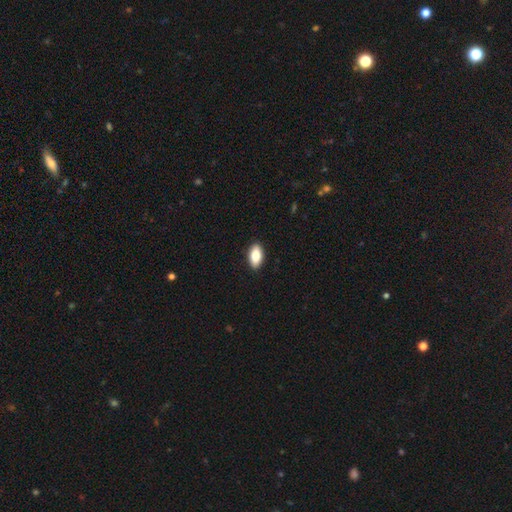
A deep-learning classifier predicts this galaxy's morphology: A smooth galaxy with no disk features (84%) that is in between round and cigar-shaped (92%).

Vote fractions:
- Smooth or featured? smooth: 84% / featured or disk: 10% / star or artifact: 7%
- How rounded? in between: 92% / cigar-shaped: 4% / round: 4%
- Merging? none: 91% / minor disturbance: 7% / major disturbance: 2% / merger: 1%